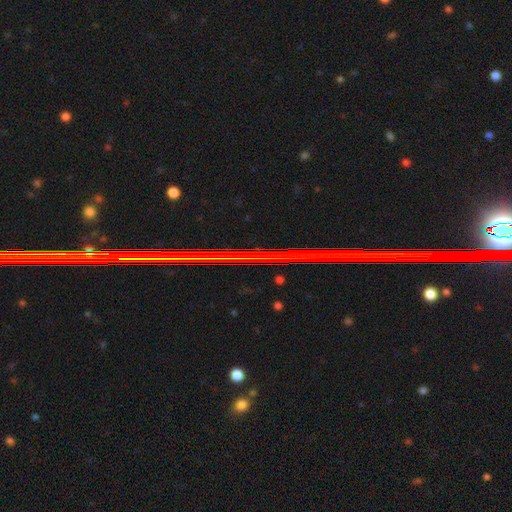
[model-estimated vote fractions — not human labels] Morphology: type=star or artifact (85%).